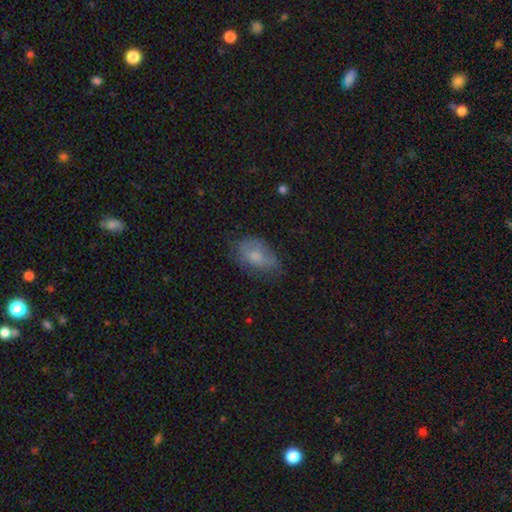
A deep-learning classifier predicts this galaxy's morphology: Q: Smooth or featured?
A: smooth (66%); runner-up: featured or disk (25%)
Q: How rounded?
A: in between (89%); runner-up: round (9%)
Q: Merging?
A: none (55%); runner-up: minor disturbance (30%)